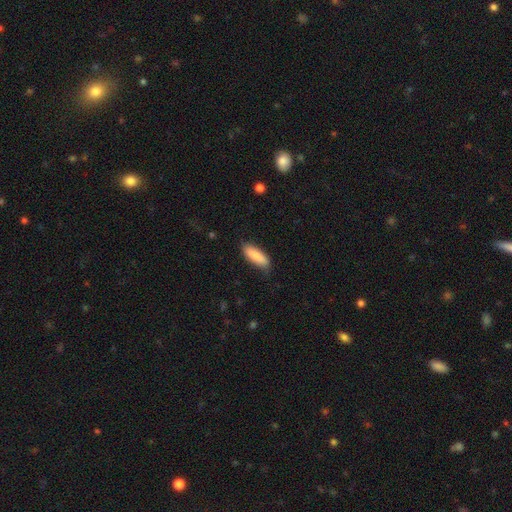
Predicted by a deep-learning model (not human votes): A smooth galaxy with no disk features (86%) that is in between round and cigar-shaped (61%).

Vote fractions:
- Smooth or featured? smooth: 86% / featured or disk: 9% / star or artifact: 6%
- How rounded? in between: 61% / cigar-shaped: 38% / round: 2%
- Merging? none: 75% / minor disturbance: 20% / major disturbance: 4% / merger: 1%